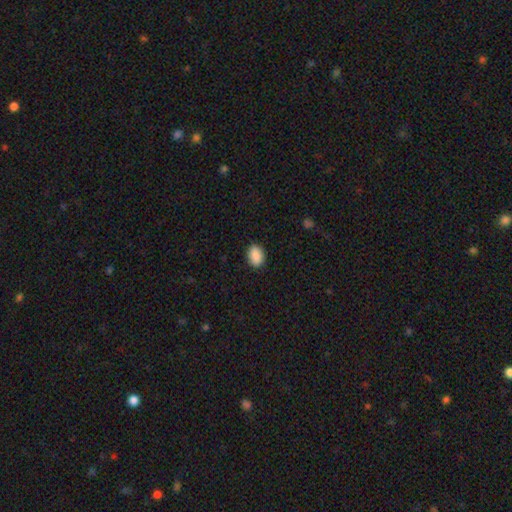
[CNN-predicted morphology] Smooth or featured? Predicted: smooth (p=0.89). How rounded? Predicted: in between (p=0.82). Merging? Predicted: none (p=0.89).